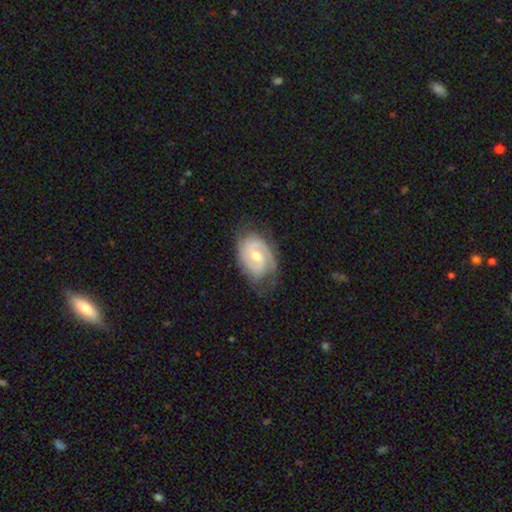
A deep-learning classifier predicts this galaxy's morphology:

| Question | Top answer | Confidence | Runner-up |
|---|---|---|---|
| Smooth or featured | featured or disk | 84% | smooth (11%) |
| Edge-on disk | no | 97% | yes (3%) |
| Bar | no | 48% | weak (42%) |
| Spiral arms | yes | 94% | no (6%) |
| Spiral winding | tight | 60% | medium (32%) |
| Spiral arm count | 2 | 68% | can't tell (14%) |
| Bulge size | moderate | 65% | small (30%) |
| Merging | none | 70% | minor disturbance (21%) |